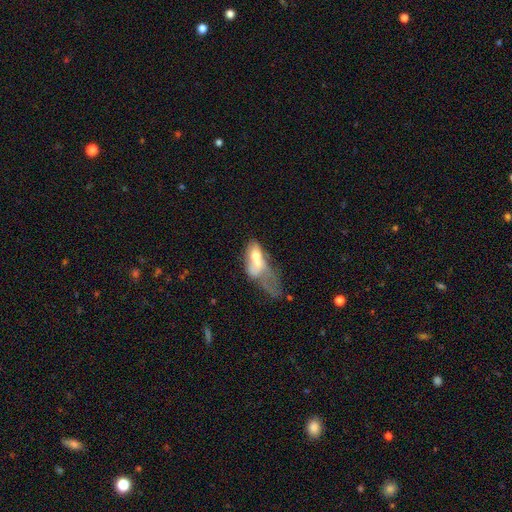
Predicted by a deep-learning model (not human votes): This appears to be a smooth galaxy with no disk features (49%). Merging: merger (64%).